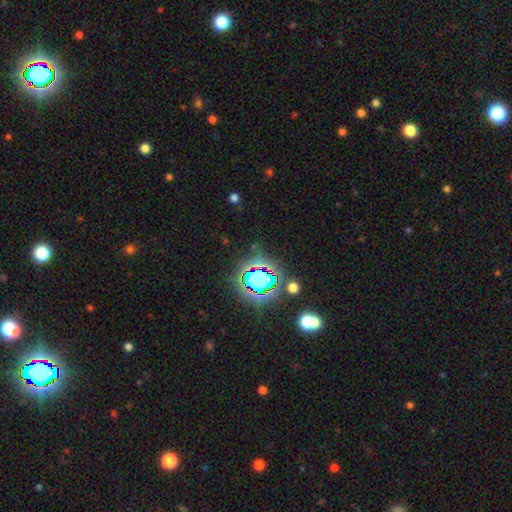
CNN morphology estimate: type=star or artifact (78%).